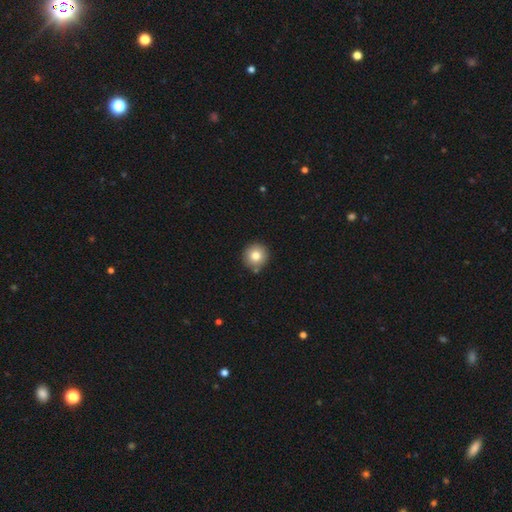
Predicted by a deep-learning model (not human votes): The model was most divided on "smooth or featured": smooth: 80%, featured or disk: 10%, star or artifact: 10%. More confident: how rounded — round (95%); merging — none (86%).